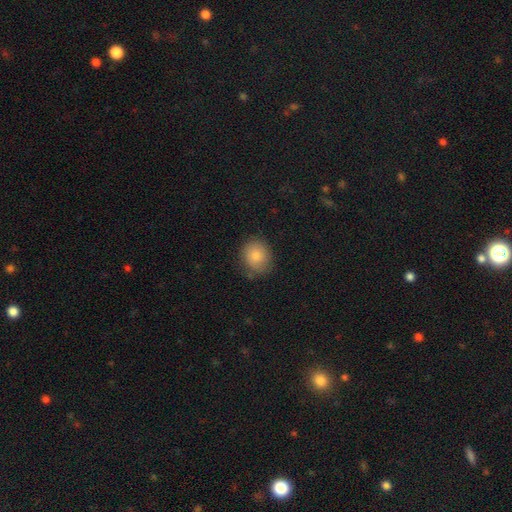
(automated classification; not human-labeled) Smooth or featured?
  - smooth: 82% *
  - featured or disk: 10%
  - star or artifact: 8%
How rounded?
  - round: 75% *
  - in between: 24%
  - cigar-shaped: 1%
Merging?
  - none: 78% *
  - minor disturbance: 17%
  - major disturbance: 4%
  - merger: 1%